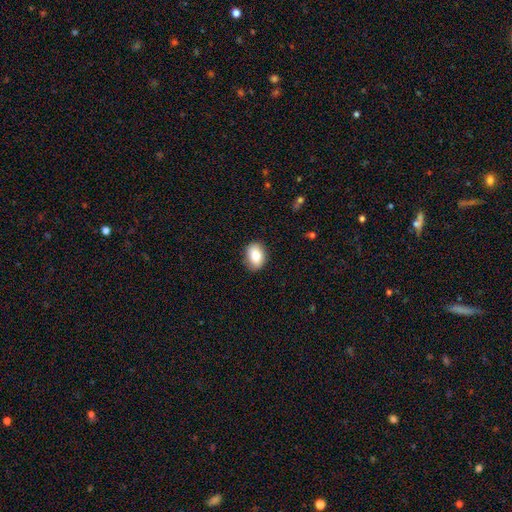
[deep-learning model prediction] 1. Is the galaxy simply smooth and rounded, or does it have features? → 82% smooth, 10% featured or disk, 7% star or artifact.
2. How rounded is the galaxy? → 75% in between, 24% round, 1% cigar-shaped.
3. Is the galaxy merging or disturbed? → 83% none, 13% minor disturbance, 3% major disturbance, 1% merger.